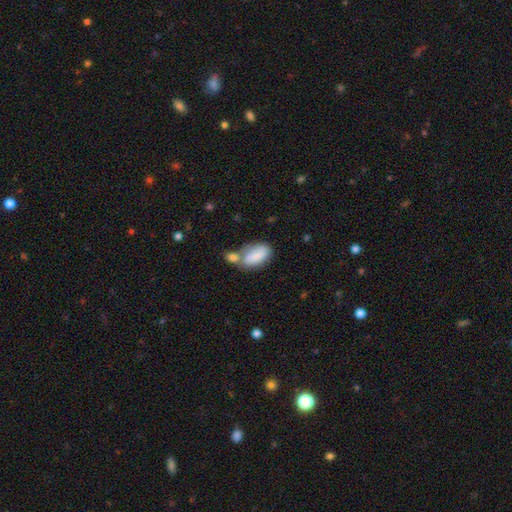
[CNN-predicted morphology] This appears to be a smooth galaxy with no disk features (81%) that is in between round and cigar-shaped (92%). Merging: merger (48%).